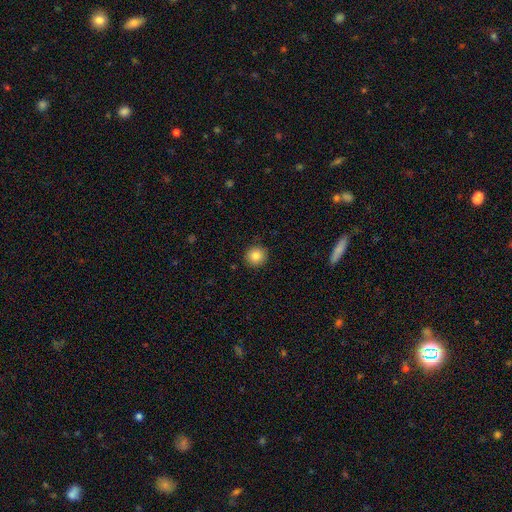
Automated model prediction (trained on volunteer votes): smooth-or-featured: smooth: 84% | star or artifact: 10% | featured or disk: 6%
  how-rounded: round: 93% | in between: 6% | cigar-shaped: 1%
  merging: none: 91% | minor disturbance: 7% | major disturbance: 2% | merger: 1%